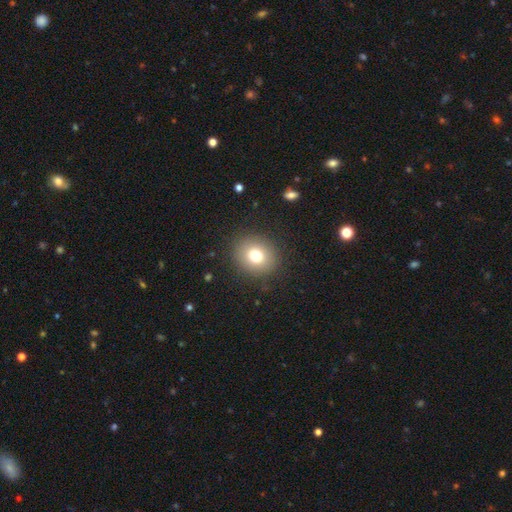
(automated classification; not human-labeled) smooth 76%, star or artifact 12%, featured or disk 12%. Down the decision tree: how rounded — round (75%); merging — none (89%).